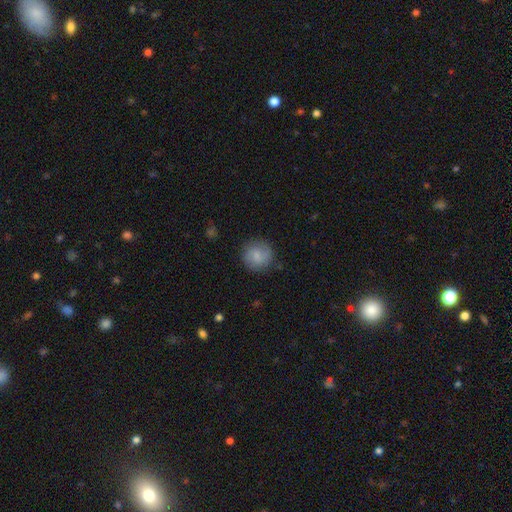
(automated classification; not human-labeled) Overall: smooth (72%). How rounded: round (91%). Merging: none (81%).